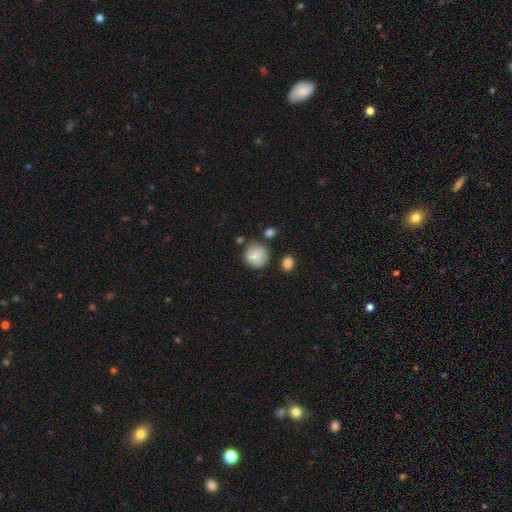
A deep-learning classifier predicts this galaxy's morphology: type=smooth (84%); roundness=round (89%); merging=none (69%).